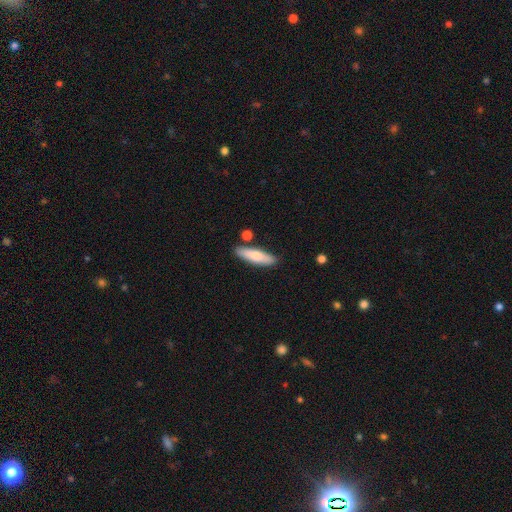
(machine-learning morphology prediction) Smooth or featured? Predicted: smooth (p=0.72). How rounded? Predicted: cigar-shaped (p=0.66). Merging? Predicted: none (p=0.81).